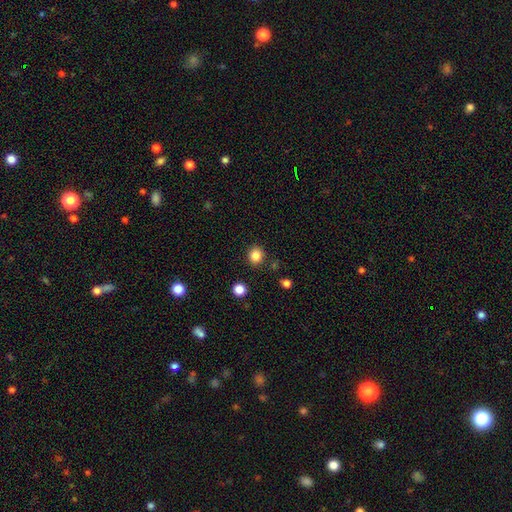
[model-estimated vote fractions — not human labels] smooth-or-featured: smooth: 84% | star or artifact: 11% | featured or disk: 4%
  how-rounded: round: 83% | in between: 16% | cigar-shaped: 1%
  merging: none: 89% | minor disturbance: 7% | merger: 2% | major disturbance: 2%